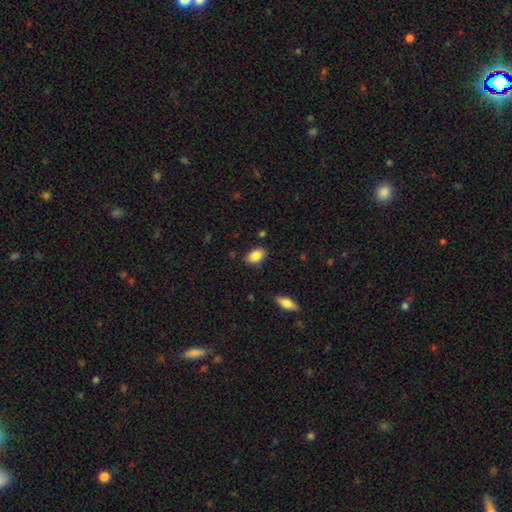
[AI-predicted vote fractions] The model was most divided on "merging": none: 83%, minor disturbance: 12%, major disturbance: 3%, merger: 2%. More confident: how rounded — in between (88%); smooth or featured — smooth (86%).